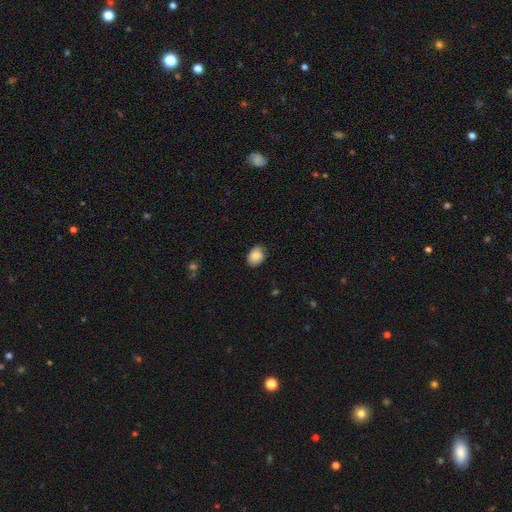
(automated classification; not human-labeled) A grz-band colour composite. It shows a smooth galaxy with no disk features (86%) that is in between round and cigar-shaped (63%). Merging: none (74%).